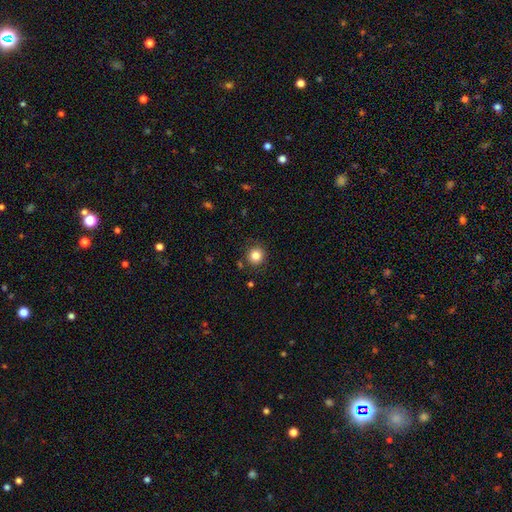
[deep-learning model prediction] The model was most divided on "smooth or featured": smooth: 83%, star or artifact: 11%, featured or disk: 6%. More confident: how rounded — round (93%); merging — none (88%).